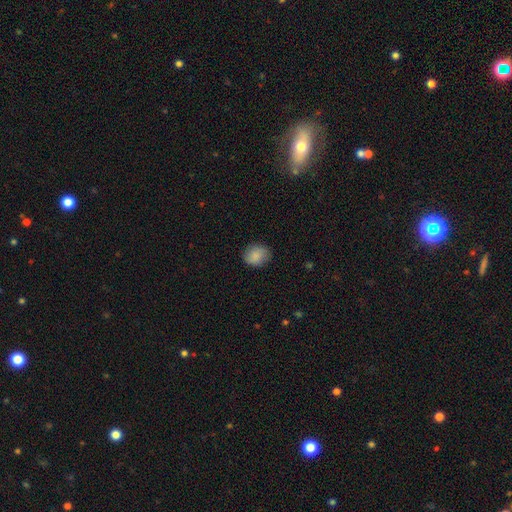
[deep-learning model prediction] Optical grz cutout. It shows a smooth galaxy with no disk features (86%) that is round (63%). Merging: none (83%).